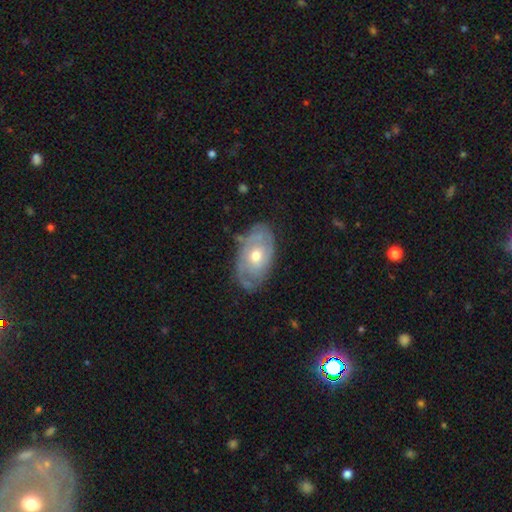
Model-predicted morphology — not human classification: featured or disk 70%, smooth 24%, star or artifact 6%. Down the decision tree: edge-on disk — no (93%); bar — no (80%); spiral arms — yes (77%); bulge size — moderate (68%); merging — none (69%).